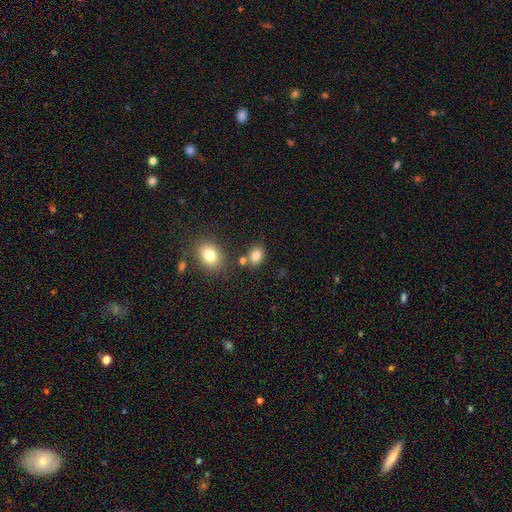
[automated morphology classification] type=smooth (82%); roundness=in between (66%); merging=none (75%).